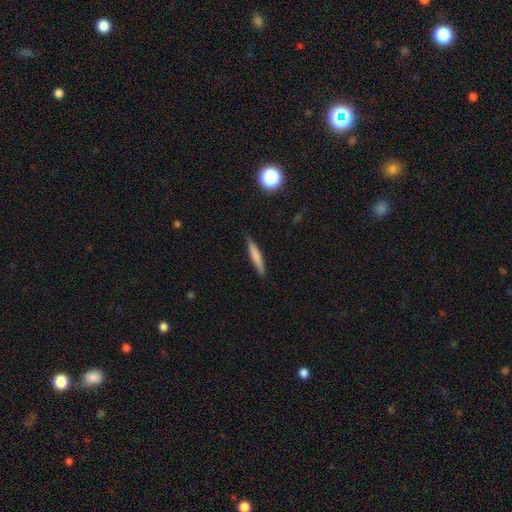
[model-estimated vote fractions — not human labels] This is likely a smooth galaxy (70%). How rounded: clearly cigar-shaped (93%). Merging: clearly none (84%).